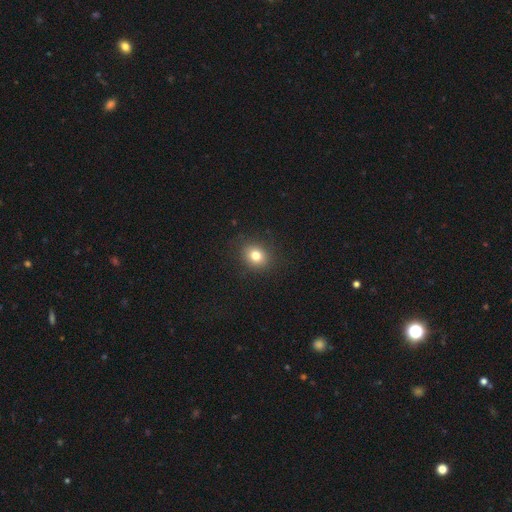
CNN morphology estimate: Smooth or featured: smooth — 80% (star or artifact — 12%)
How rounded: round — 69% (in between — 30%)
Merging: none — 88% (minor disturbance — 8%)